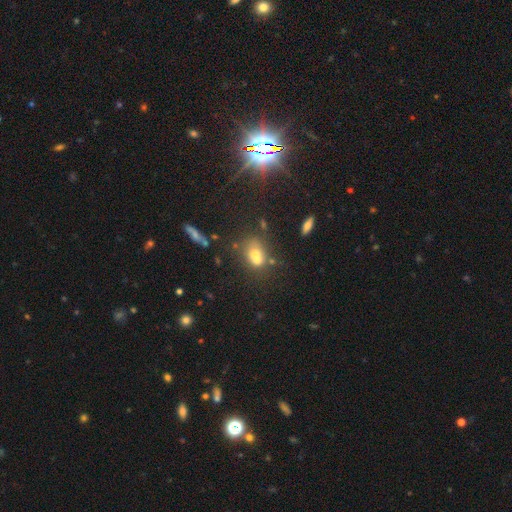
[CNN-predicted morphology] Smooth or featured: smooth — 57% (star or artifact — 27%)
How rounded: in between — 65% (round — 32%)
Merging: none — 48% (merger — 27%)